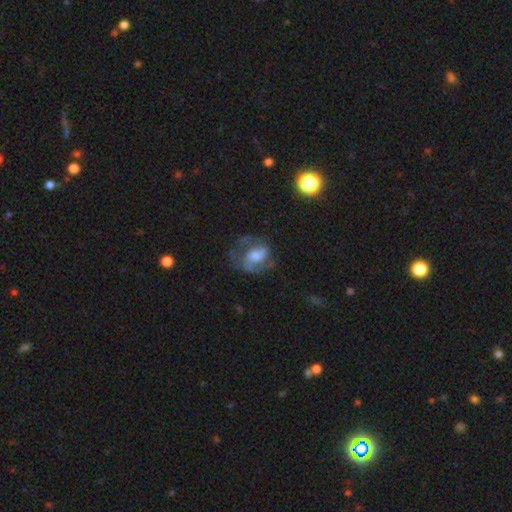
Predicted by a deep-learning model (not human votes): Overall: featured or disk (58%; smooth 31%). Edge-on disk: no (97%). Bar: no (52%; weak 36%). Spiral arms: yes (71%). Bulge size: moderate (43%; small 23%). Merging: none (49%; major disturbance 27%).